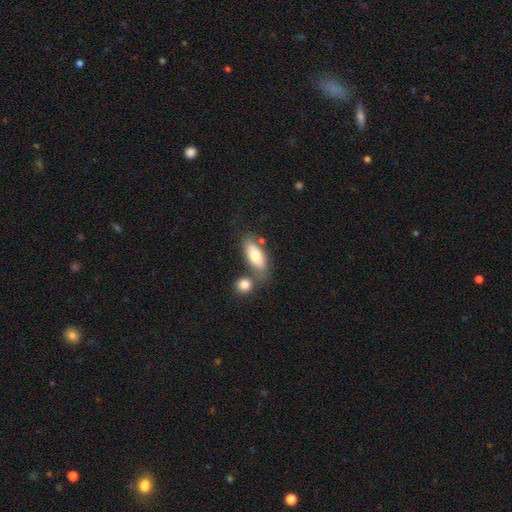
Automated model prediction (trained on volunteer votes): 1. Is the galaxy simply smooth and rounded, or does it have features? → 72% smooth, 21% featured or disk, 6% star or artifact.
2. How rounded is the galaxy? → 82% in between, 15% cigar-shaped, 3% round.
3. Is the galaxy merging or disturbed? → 57% none, 24% merger, 14% minor disturbance, 5% major disturbance.